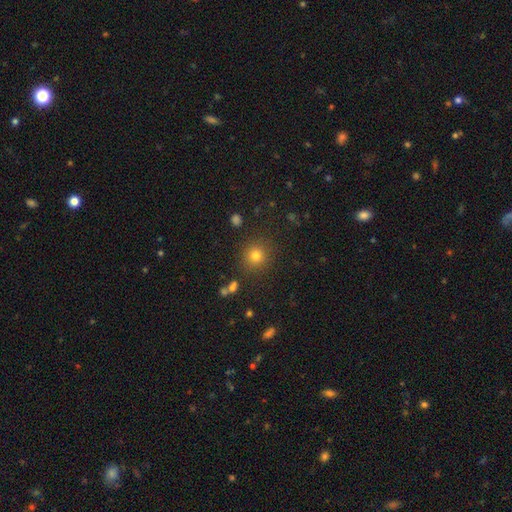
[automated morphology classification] Smooth or featured? smooth (78%)
How rounded? round (91%)
Merging? none (86%)